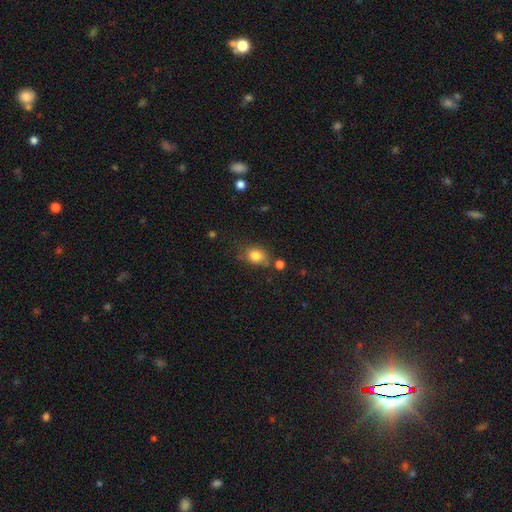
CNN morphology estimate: The model was most divided on "how rounded": in between: 54%, round: 44%, cigar-shaped: 1%. More confident: smooth or featured — smooth (81%); merging — none (63%).